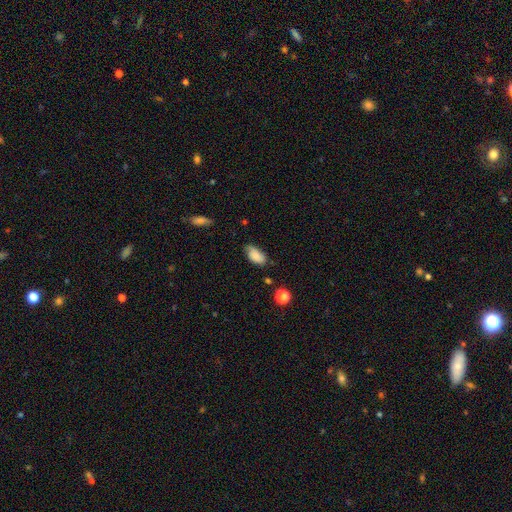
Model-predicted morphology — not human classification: Smooth or featured? Predicted: smooth (p=0.81). How rounded? Predicted: in between (p=0.92). Merging? Predicted: none (p=0.58).